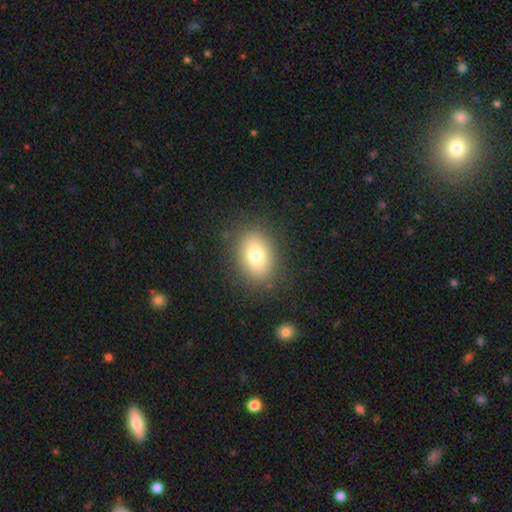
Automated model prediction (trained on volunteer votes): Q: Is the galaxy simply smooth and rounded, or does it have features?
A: smooth — 77%.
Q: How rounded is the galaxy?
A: in between — 75%.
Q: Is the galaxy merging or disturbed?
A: none — 85%.